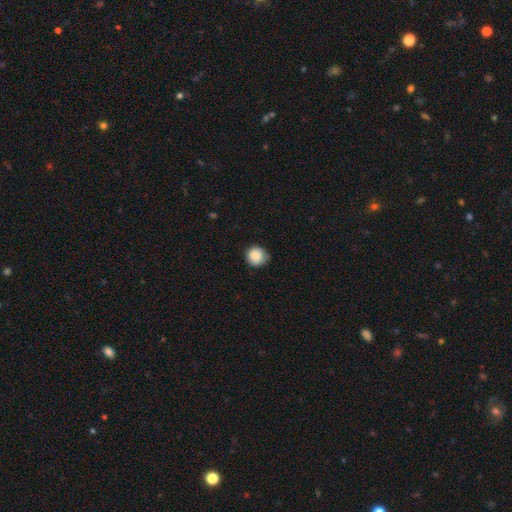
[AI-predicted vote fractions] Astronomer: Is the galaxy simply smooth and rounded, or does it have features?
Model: smooth — 88%.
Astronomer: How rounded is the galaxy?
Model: round — 93%.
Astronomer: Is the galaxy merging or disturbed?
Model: none — 76%.